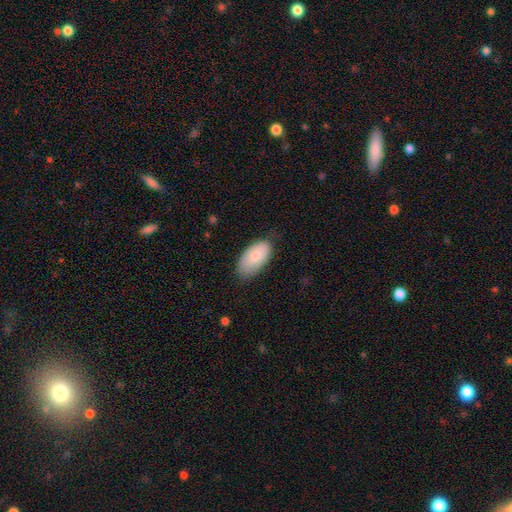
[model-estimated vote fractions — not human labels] Smooth or featured? smooth (80%)
How rounded? in between (95%)
Merging? none (71%)